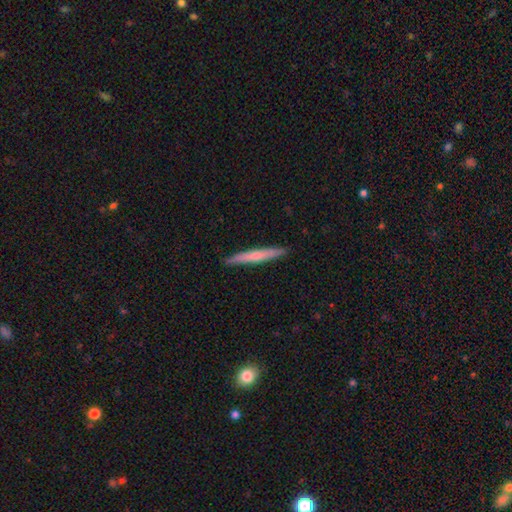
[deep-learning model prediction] Smooth or featured? smooth (57%)
How rounded? cigar-shaped (96%)
Merging? none (91%)